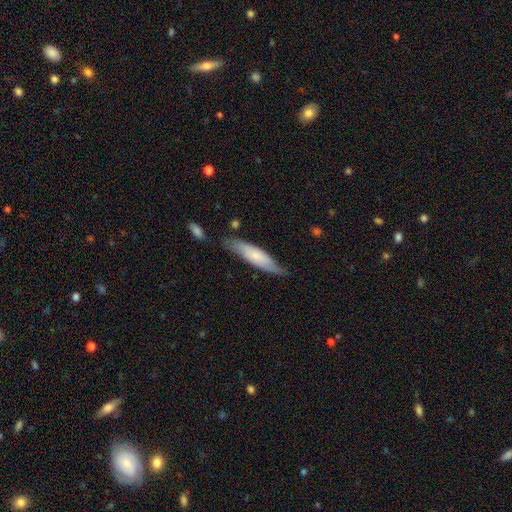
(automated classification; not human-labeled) Q: Smooth or featured?
A: smooth (61%); runner-up: featured or disk (33%)
Q: How rounded?
A: cigar-shaped (69%); runner-up: in between (29%)
Q: Merging?
A: none (70%); runner-up: minor disturbance (22%)